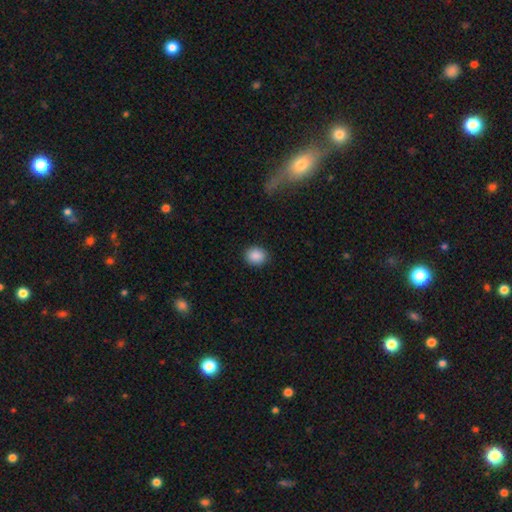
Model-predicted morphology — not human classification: The model was most divided on "how rounded": round: 67%, in between: 32%, cigar-shaped: 1%. More confident: smooth or featured — smooth (89%); merging — none (89%).